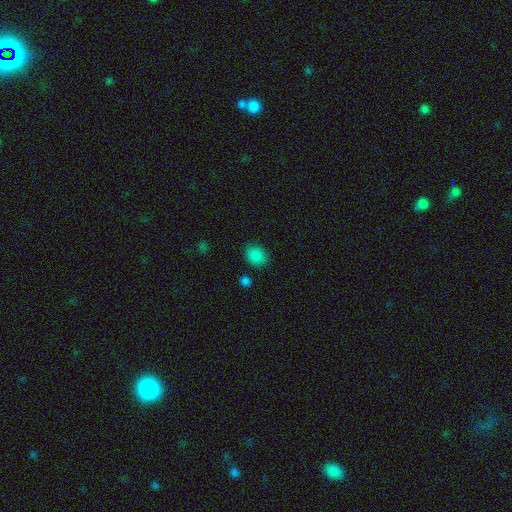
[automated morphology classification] This is clearly a smooth galaxy (86%). How rounded: possibly in between (55%). Merging: clearly none (80%).